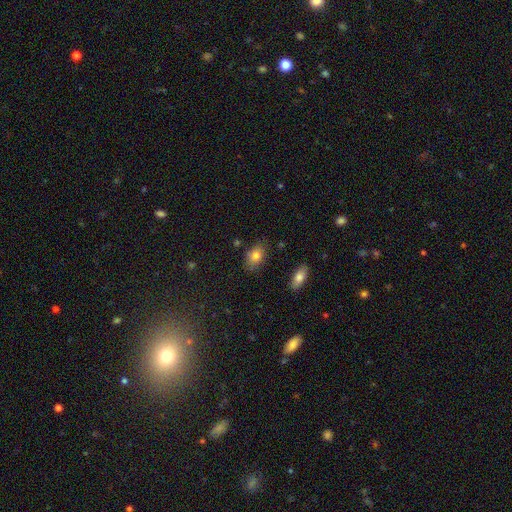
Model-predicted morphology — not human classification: Smooth or featured? smooth (81%)
How rounded? in between (83%)
Merging? none (77%)